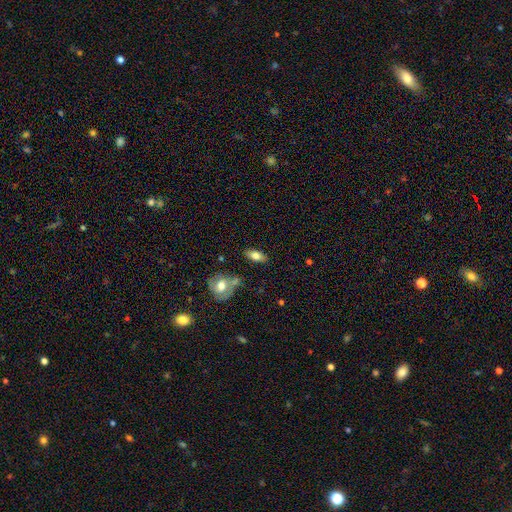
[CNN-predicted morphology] The model was most divided on "smooth or featured": smooth: 70%, featured or disk: 22%, star or artifact: 7%. More confident: how rounded — in between (84%); merging — none (77%).